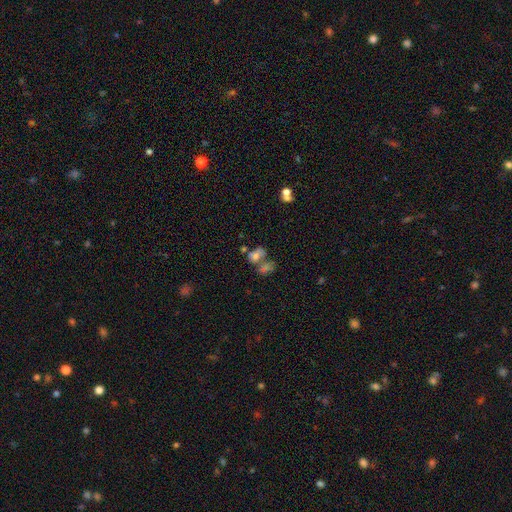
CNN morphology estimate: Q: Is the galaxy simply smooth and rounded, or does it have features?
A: smooth — 60%.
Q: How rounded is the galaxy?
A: in between — 62%.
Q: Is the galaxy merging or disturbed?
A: merger — 54%.